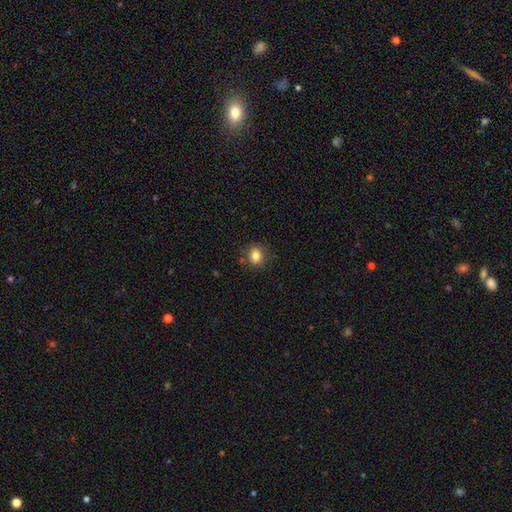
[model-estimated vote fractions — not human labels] A smooth galaxy with no disk features (82%) that is round (71%).

Vote fractions:
- Smooth or featured? smooth: 82% / star or artifact: 11% / featured or disk: 7%
- How rounded? round: 71% / in between: 28% / cigar-shaped: 1%
- Merging? none: 82% / minor disturbance: 11% / merger: 3% / major disturbance: 3%